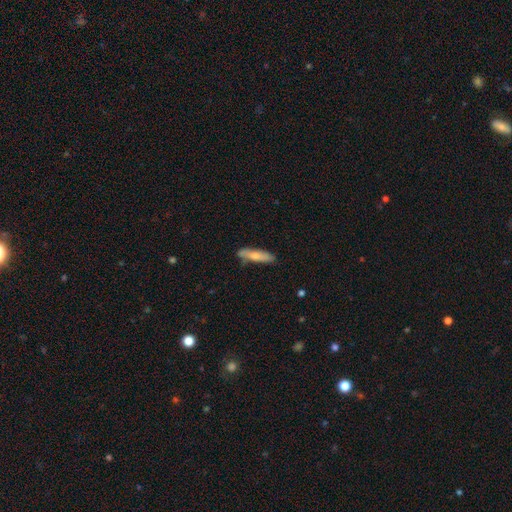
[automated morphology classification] Overall: smooth (73%). How rounded: cigar-shaped (79%). Merging: none (74%).